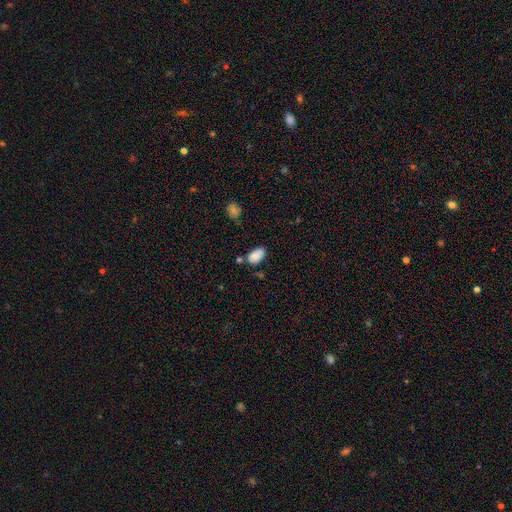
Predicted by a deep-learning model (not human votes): Smooth or featured?
  - smooth: 87% *
  - star or artifact: 8%
  - featured or disk: 6%
How rounded?
  - in between: 94% *
  - round: 4%
  - cigar-shaped: 2%
Merging?
  - none: 68% *
  - minor disturbance: 19%
  - merger: 10%
  - major disturbance: 4%